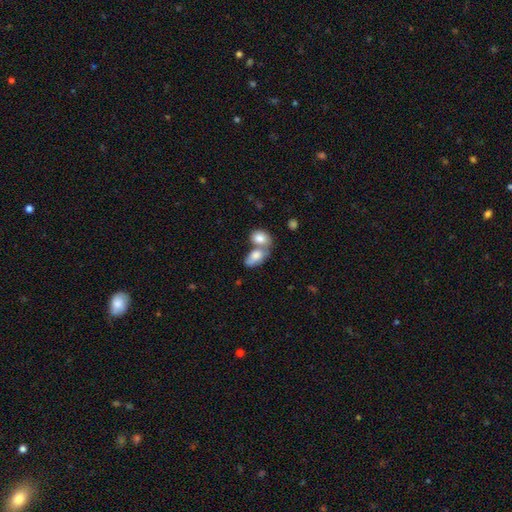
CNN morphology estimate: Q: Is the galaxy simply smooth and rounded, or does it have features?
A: smooth — 79%.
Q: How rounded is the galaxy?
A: in between — 87%.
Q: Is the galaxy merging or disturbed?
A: merger — 66%.